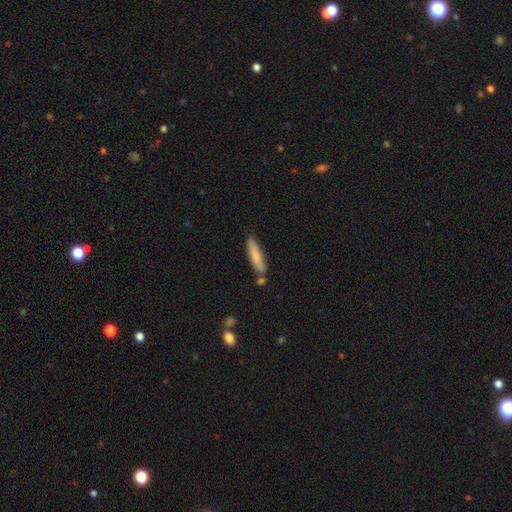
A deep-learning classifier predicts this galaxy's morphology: smooth-or-featured: smooth: 78% | featured or disk: 16% | star or artifact: 6%
  how-rounded: cigar-shaped: 84% | in between: 15% | round: 1%
  merging: none: 76% | minor disturbance: 15% | merger: 7% | major disturbance: 3%